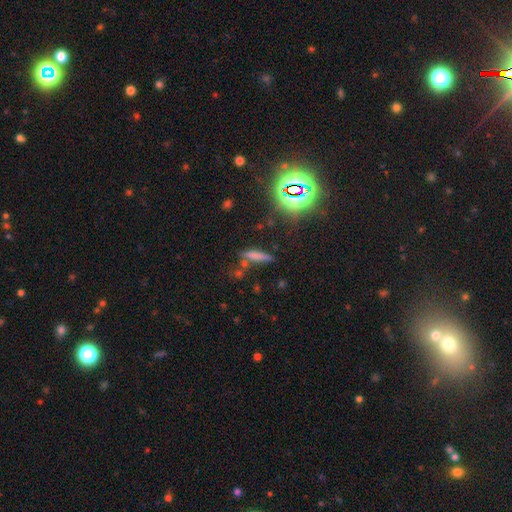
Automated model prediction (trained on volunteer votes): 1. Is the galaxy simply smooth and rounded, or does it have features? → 64% smooth, 19% star or artifact, 17% featured or disk.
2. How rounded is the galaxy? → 79% cigar-shaped, 18% in between, 3% round.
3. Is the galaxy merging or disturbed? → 67% none, 16% minor disturbance, 11% merger, 6% major disturbance.